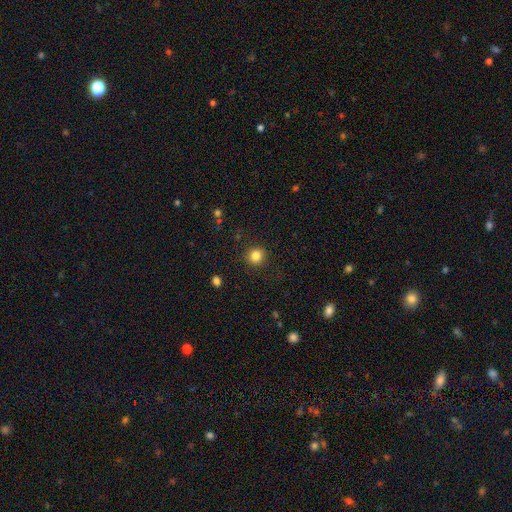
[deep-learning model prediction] Smooth or featured?
  - smooth: 83% *
  - star or artifact: 12%
  - featured or disk: 5%
How rounded?
  - round: 91% *
  - in between: 8%
  - cigar-shaped: 1%
Merging?
  - none: 90% *
  - minor disturbance: 6%
  - major disturbance: 2%
  - merger: 1%